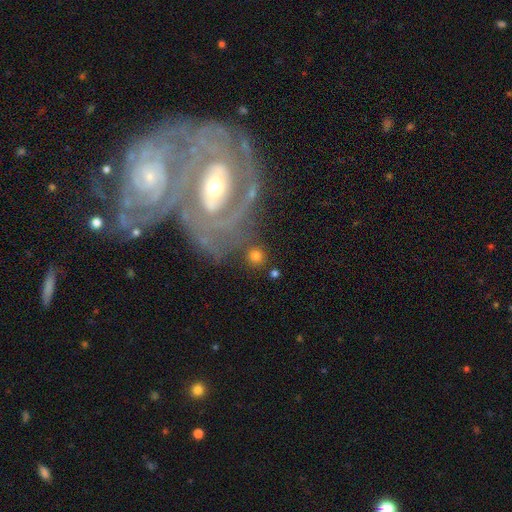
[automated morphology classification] Smooth or featured? smooth (73%)
How rounded? round (88%)
Merging? none (77%)